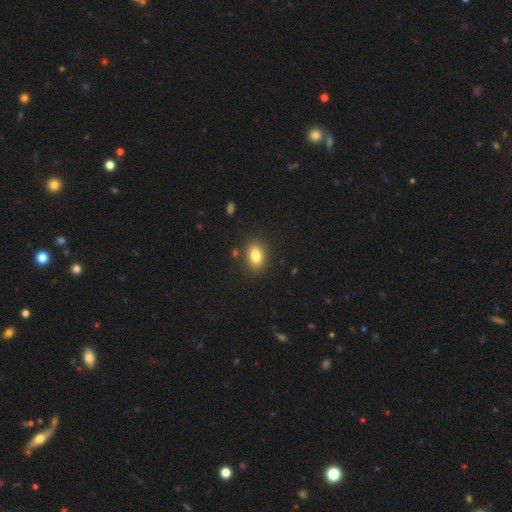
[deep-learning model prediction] Smooth or featured?
  - smooth: 83% *
  - star or artifact: 9%
  - featured or disk: 8%
How rounded?
  - in between: 79% *
  - round: 19%
  - cigar-shaped: 2%
Merging?
  - none: 85% *
  - minor disturbance: 10%
  - major disturbance: 3%
  - merger: 2%